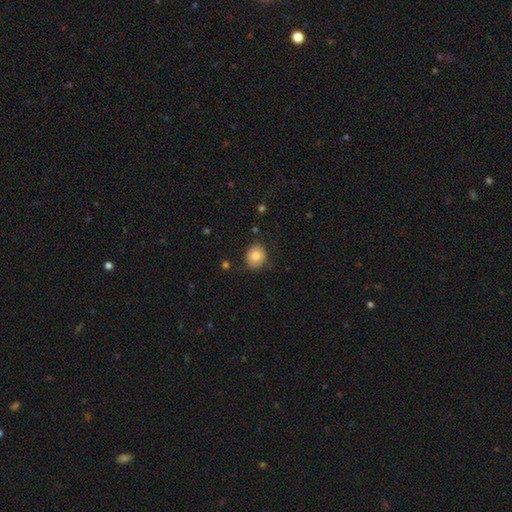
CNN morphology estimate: Q: Smooth or featured?
A: smooth (81%); runner-up: featured or disk (10%)
Q: How rounded?
A: round (67%); runner-up: in between (33%)
Q: Merging?
A: none (78%); runner-up: minor disturbance (16%)